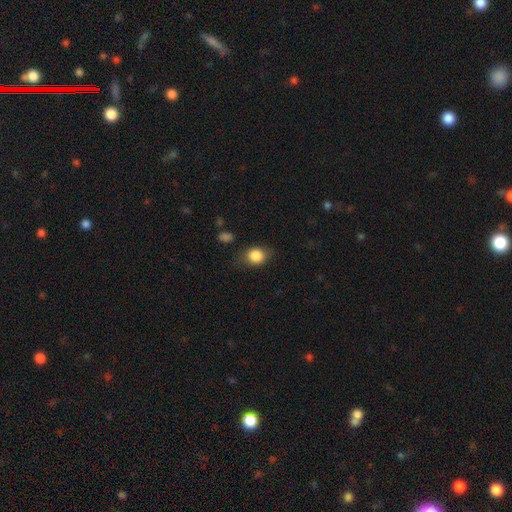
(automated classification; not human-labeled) Smooth or featured? Predicted: smooth (p=0.83). How rounded? Predicted: round (p=0.54). Merging? Predicted: none (p=0.71).